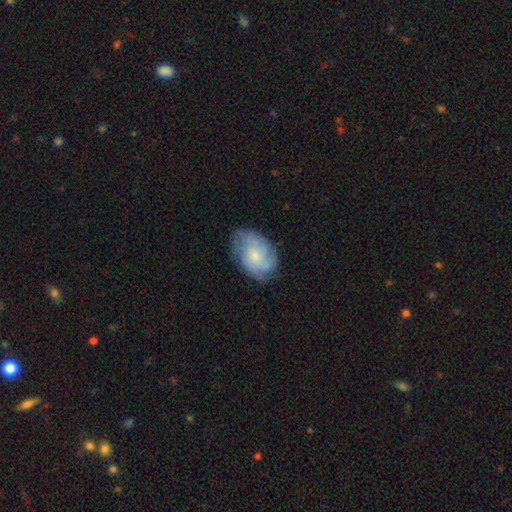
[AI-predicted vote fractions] smooth_or_featured: featured or disk (p=0.49) [alt: smooth p=0.44]
merging: none (p=0.71) [alt: minor disturbance p=0.22]